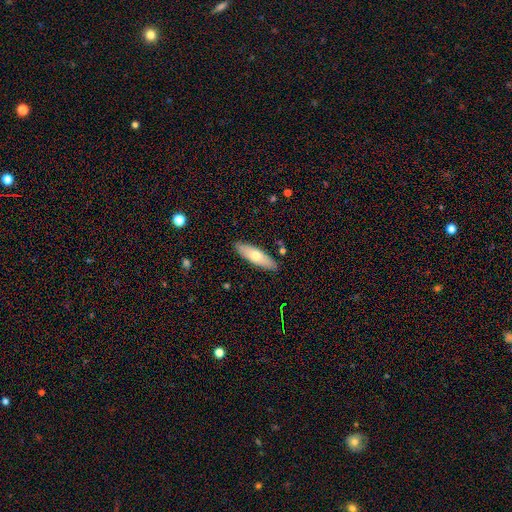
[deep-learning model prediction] A smooth galaxy with no disk features (64%) that is in between round and cigar-shaped (51%).

Vote fractions:
- Smooth or featured? smooth: 64% / featured or disk: 30% / star or artifact: 6%
- How rounded? in between: 51% / cigar-shaped: 47% / round: 2%
- Merging? none: 88% / minor disturbance: 9% / major disturbance: 2% / merger: 2%